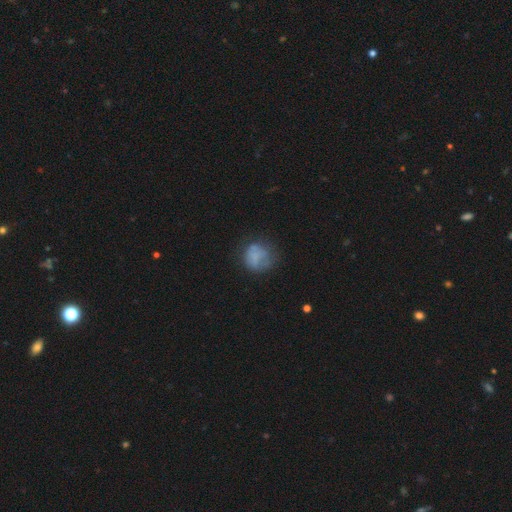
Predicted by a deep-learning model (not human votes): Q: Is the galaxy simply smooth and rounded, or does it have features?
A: smooth — 62%.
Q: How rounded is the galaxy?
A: round — 83%.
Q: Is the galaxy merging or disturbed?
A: none — 53%.